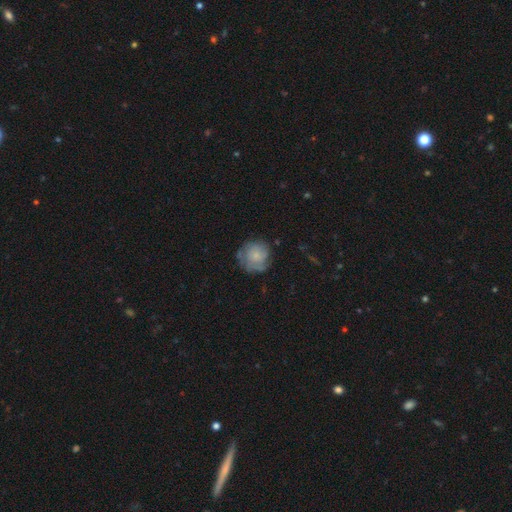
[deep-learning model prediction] smooth-or-featured: smooth: 51% | featured or disk: 41% | star or artifact: 8%
  how-rounded: round: 88% | in between: 11% | cigar-shaped: 1%
  merging: none: 63% | minor disturbance: 23% | major disturbance: 11% | merger: 2%